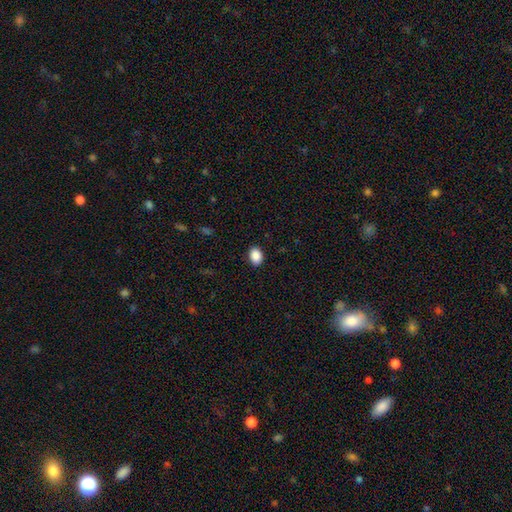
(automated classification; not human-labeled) Smooth or featured? Predicted: smooth (p=0.89). How rounded? Predicted: in between (p=0.75). Merging? Predicted: none (p=0.90).